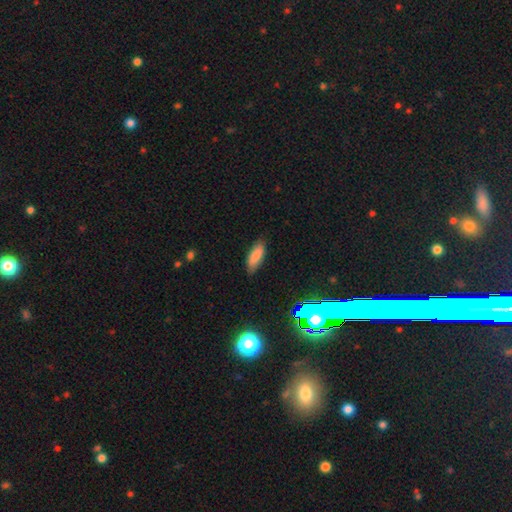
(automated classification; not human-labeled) smooth_or_featured: smooth (p=0.83) [alt: featured or disk p=0.09]
how_rounded: in between (p=0.72) [alt: cigar-shaped p=0.26]
merging: none (p=0.82) [alt: minor disturbance p=0.14]